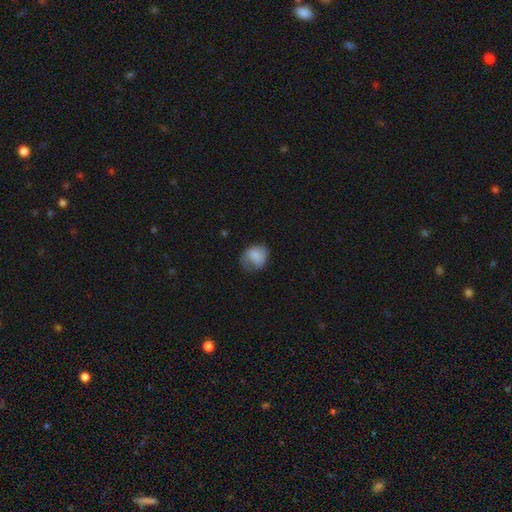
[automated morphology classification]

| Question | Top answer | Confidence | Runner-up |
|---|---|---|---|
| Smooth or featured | smooth | 74% | featured or disk (18%) |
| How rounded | round | 56% | in between (43%) |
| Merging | none | 46% | minor disturbance (34%) |